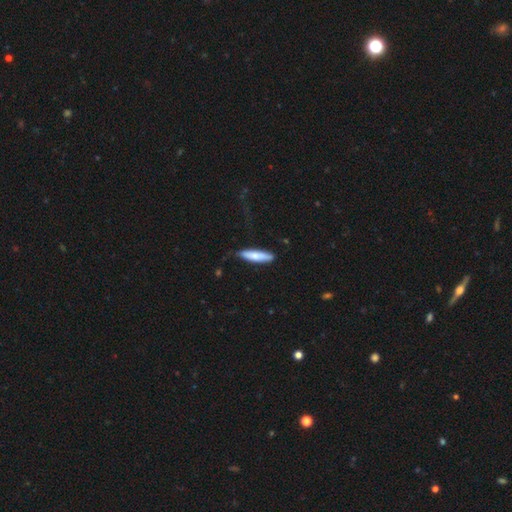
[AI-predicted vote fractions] Smooth or featured: smooth — 74% (featured or disk — 21%)
How rounded: cigar-shaped — 75% (in between — 24%)
Merging: none — 70% (minor disturbance — 23%)